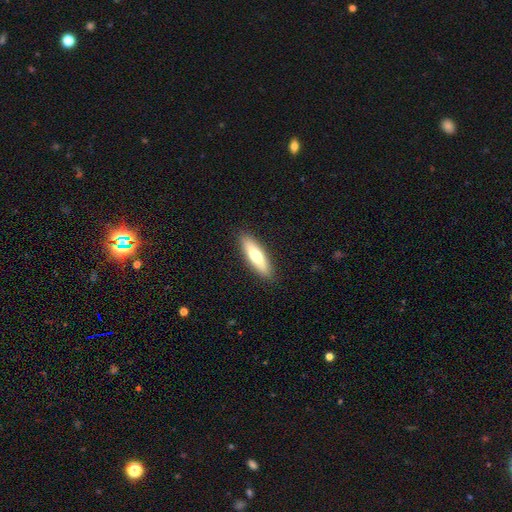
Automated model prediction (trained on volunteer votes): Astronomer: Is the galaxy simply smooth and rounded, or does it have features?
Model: smooth — 65%.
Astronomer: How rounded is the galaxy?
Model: cigar-shaped — 62%.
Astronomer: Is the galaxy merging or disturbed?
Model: none — 89%.